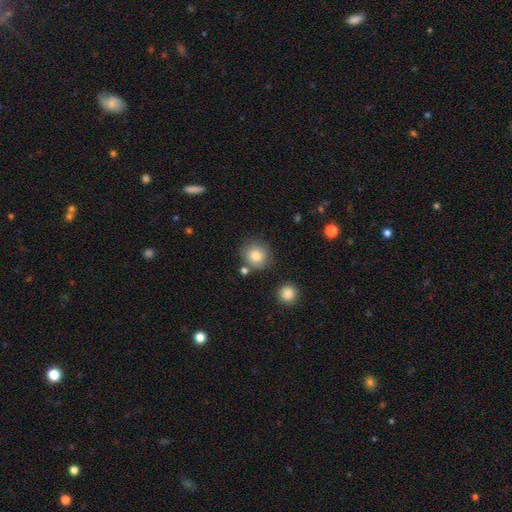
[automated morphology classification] Smooth or featured? smooth (82%)
How rounded? round (89%)
Merging? none (77%)